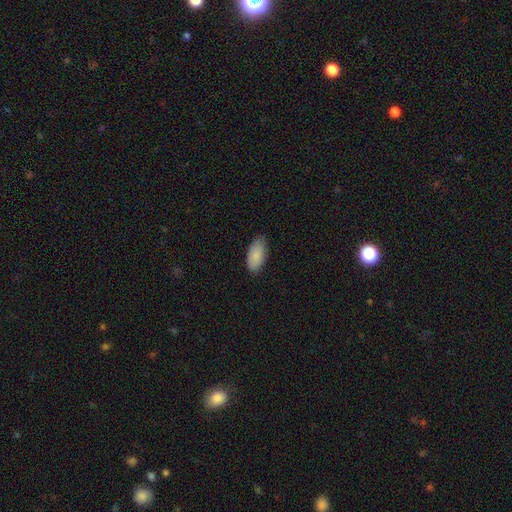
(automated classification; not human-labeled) smooth_or_featured: smooth (p=0.88) [alt: featured or disk p=0.06]
how_rounded: in between (p=0.93) [alt: cigar-shaped p=0.05]
merging: none (p=0.79) [alt: minor disturbance p=0.18]